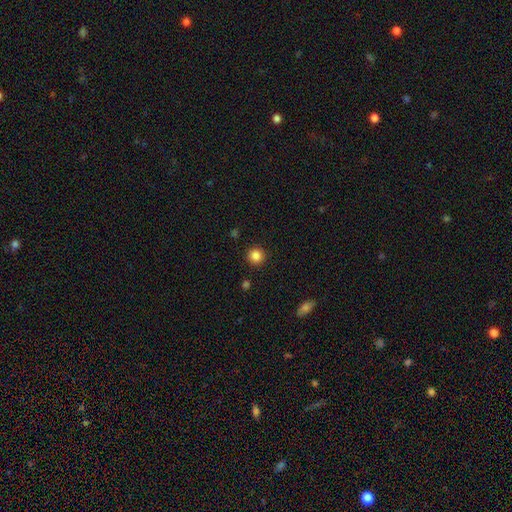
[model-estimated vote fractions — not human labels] The model was most divided on "smooth or featured": smooth: 85%, star or artifact: 11%, featured or disk: 4%. More confident: how rounded — round (93%); merging — none (91%).